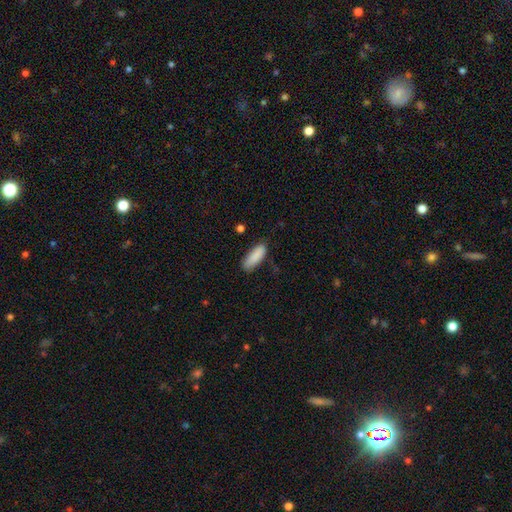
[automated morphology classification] Q: Smooth or featured?
A: smooth (89%); runner-up: star or artifact (6%)
Q: How rounded?
A: in between (66%); runner-up: cigar-shaped (33%)
Q: Merging?
A: none (78%); runner-up: minor disturbance (17%)